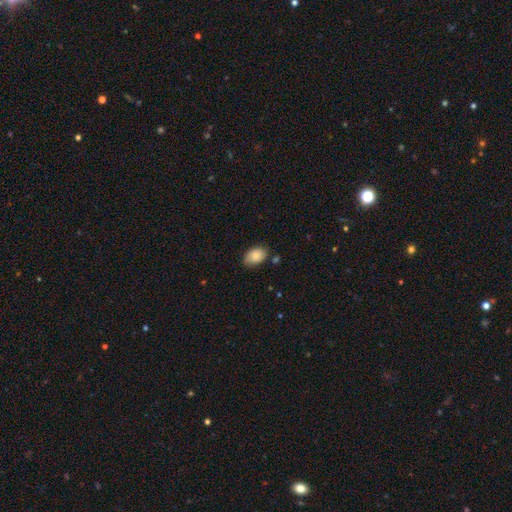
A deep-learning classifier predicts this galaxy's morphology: A smooth galaxy with no disk features (83%) that is in between round and cigar-shaped (87%).

Vote fractions:
- Smooth or featured? smooth: 83% / featured or disk: 10% / star or artifact: 7%
- How rounded? in between: 87% / round: 12% / cigar-shaped: 1%
- Merging? none: 76% / minor disturbance: 18% / major disturbance: 3% / merger: 3%